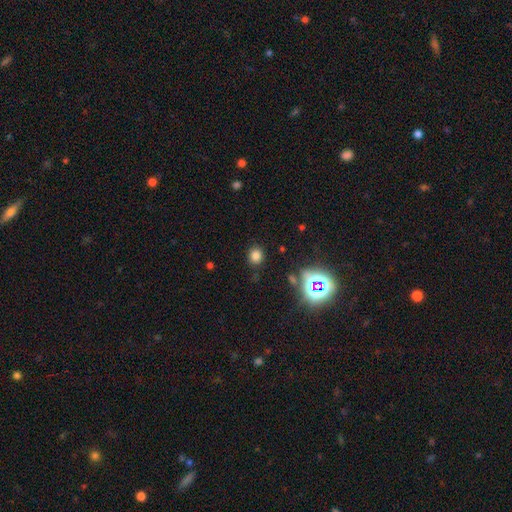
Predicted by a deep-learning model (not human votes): The model was most divided on "smooth or featured": smooth: 74%, star or artifact: 20%, featured or disk: 6%. More confident: merging — none (85%); how rounded — round (79%).